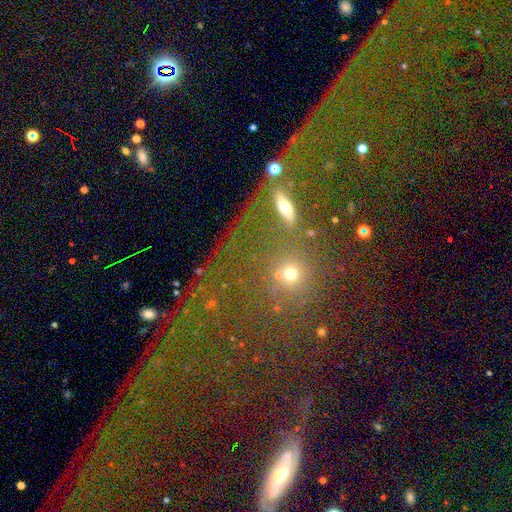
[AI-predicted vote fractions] Morphology: type=star or artifact (41%).